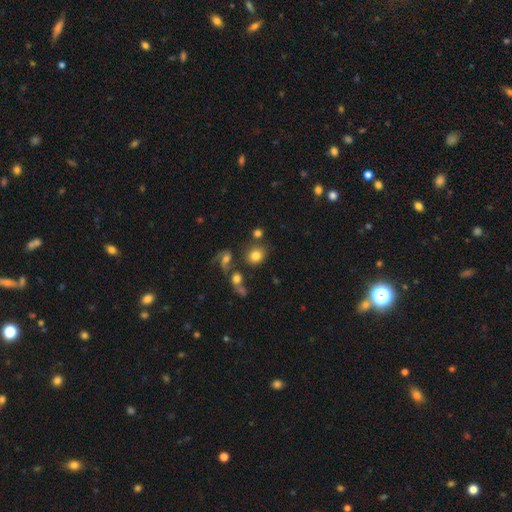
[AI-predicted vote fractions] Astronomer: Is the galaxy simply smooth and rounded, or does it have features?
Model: smooth — 80%.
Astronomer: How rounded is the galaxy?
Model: round — 74%.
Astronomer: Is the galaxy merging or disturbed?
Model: none — 67%.